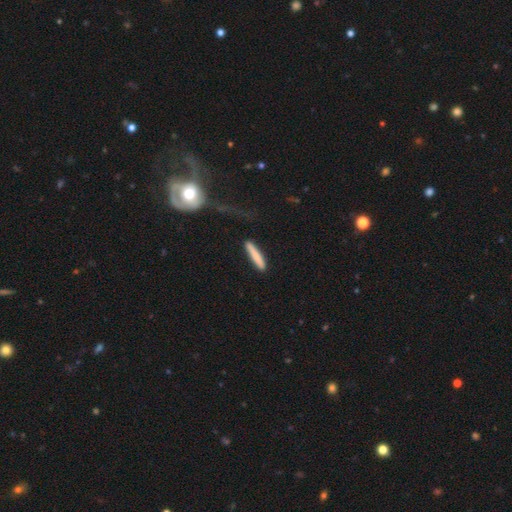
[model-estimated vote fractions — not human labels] Smooth or featured?
  - smooth: 81% *
  - featured or disk: 13%
  - star or artifact: 6%
How rounded?
  - cigar-shaped: 93% *
  - in between: 6%
  - round: 1%
Merging?
  - none: 83% *
  - minor disturbance: 11%
  - major disturbance: 3%
  - merger: 2%